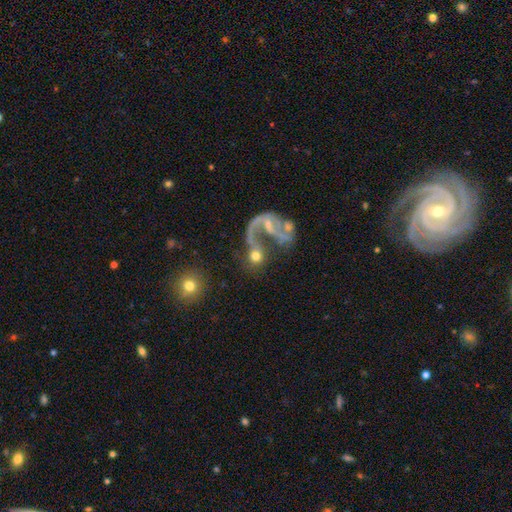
This appears to be a smooth galaxy with no disk features (50%) that is round (84%). Merging: none (40%).